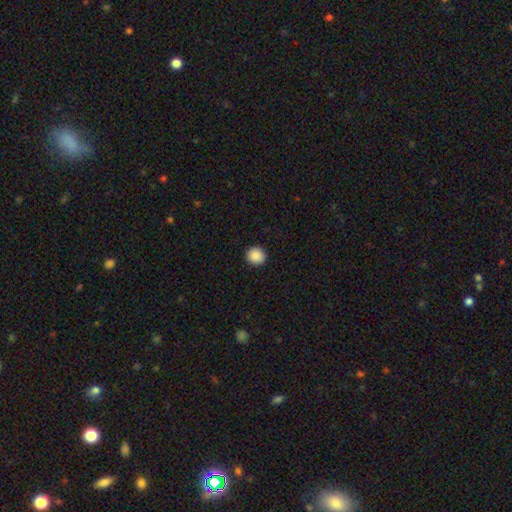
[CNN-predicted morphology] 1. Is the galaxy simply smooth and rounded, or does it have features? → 89% smooth, 8% star or artifact, 3% featured or disk.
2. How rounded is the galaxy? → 91% round, 8% in between, 1% cigar-shaped.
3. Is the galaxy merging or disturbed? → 93% none, 5% minor disturbance, 2% major disturbance, 1% merger.